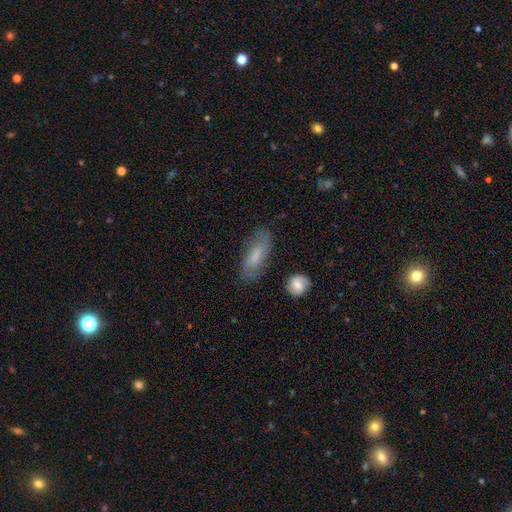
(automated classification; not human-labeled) Smooth or featured? smooth (56%)
How rounded? in between (70%)
Merging? none (75%)